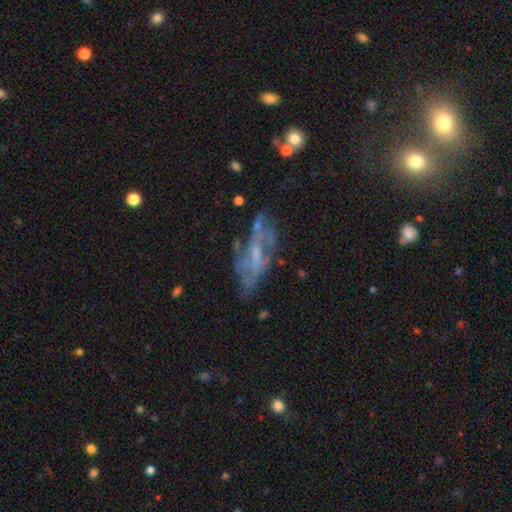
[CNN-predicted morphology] A featured or disk galaxy (69%) with no bar (44%), spiral arms (63%) and a small central bulge (39%).

Vote fractions:
- Smooth or featured? featured or disk: 69% / smooth: 19% / star or artifact: 12%
- Edge-on disk? no: 85% / yes: 15%
- Bar? no: 44% / weak: 41% / strong: 15%
- Spiral arms? yes: 63% / no: 37%
- Bulge size? small: 39% / none: 31% / moderate: 27% / large: 3% / dominant: 1%
- Merging? none: 54% / minor disturbance: 22% / major disturbance: 19% / merger: 5%